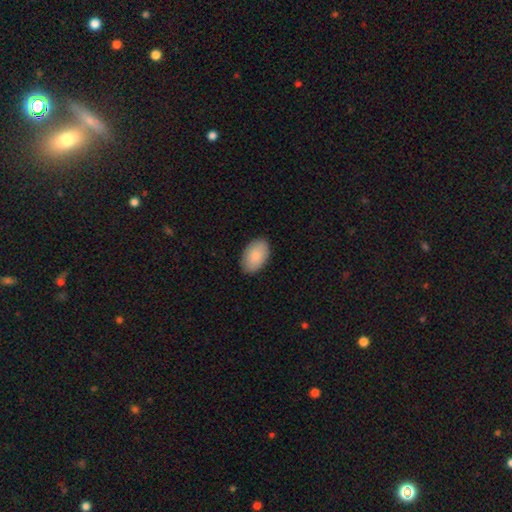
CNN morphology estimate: Smooth or featured?
  - smooth: 87% *
  - featured or disk: 8%
  - star or artifact: 6%
How rounded?
  - in between: 93% *
  - round: 6%
  - cigar-shaped: 1%
Merging?
  - none: 88% *
  - minor disturbance: 10%
  - major disturbance: 2%
  - merger: 1%